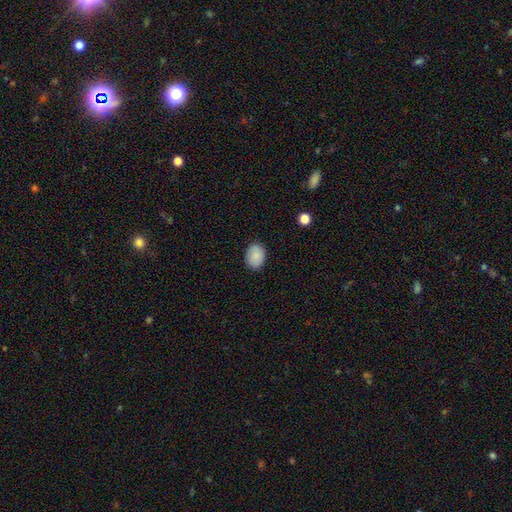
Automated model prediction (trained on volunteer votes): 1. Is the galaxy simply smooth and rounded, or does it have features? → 88% smooth, 7% star or artifact, 5% featured or disk.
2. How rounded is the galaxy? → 69% in between, 30% round, 1% cigar-shaped.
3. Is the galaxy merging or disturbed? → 88% none, 9% minor disturbance, 2% major disturbance, 1% merger.